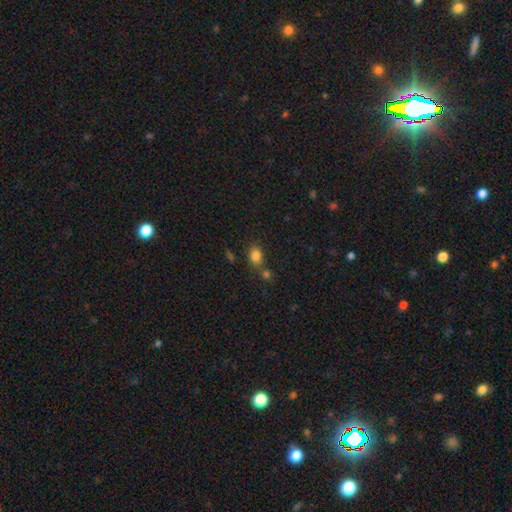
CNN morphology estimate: smooth-or-featured: smooth: 82% | star or artifact: 12% | featured or disk: 6%
  how-rounded: in between: 67% | round: 32% | cigar-shaped: 1%
  merging: none: 61% | merger: 23% | minor disturbance: 12% | major disturbance: 4%